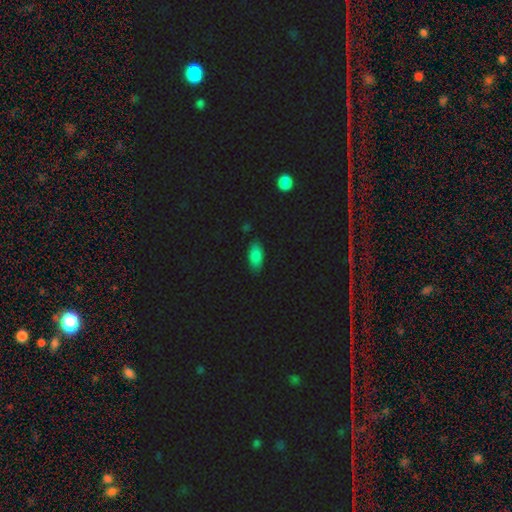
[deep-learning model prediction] Smooth or featured: smooth — 84% (star or artifact — 10%)
How rounded: in between — 90% (cigar-shaped — 7%)
Merging: none — 81% (minor disturbance — 14%)